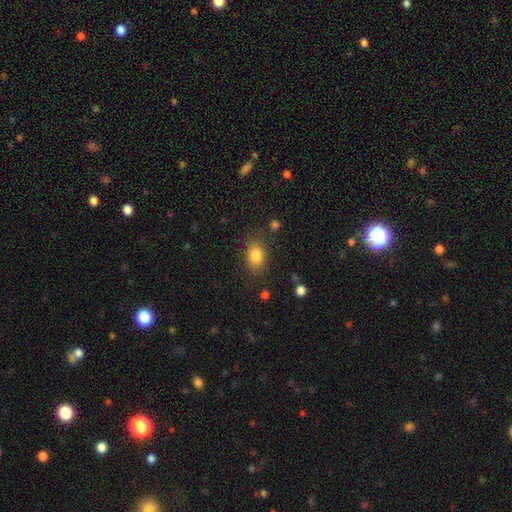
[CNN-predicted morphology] The model was most divided on "how rounded": in between: 73%, round: 25%, cigar-shaped: 1%. More confident: smooth or featured — smooth (83%); merging — none (80%).